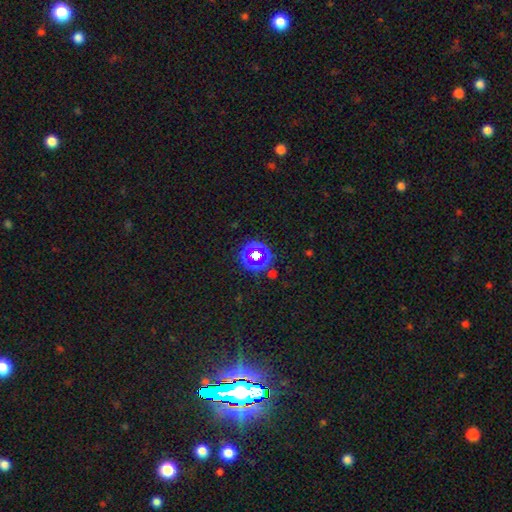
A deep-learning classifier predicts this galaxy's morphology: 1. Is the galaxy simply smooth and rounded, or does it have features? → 49% star or artifact, 35% smooth, 16% featured or disk.